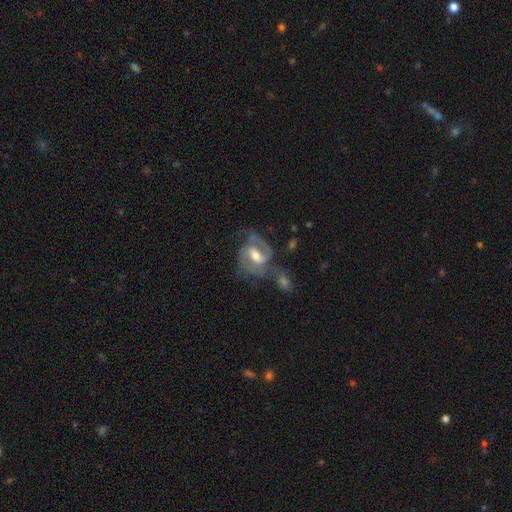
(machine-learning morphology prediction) Q: Smooth or featured?
A: featured or disk (85%); runner-up: smooth (10%)
Q: Edge-on disk?
A: no (97%); runner-up: yes (3%)
Q: Bar?
A: weak (51%); runner-up: strong (31%)
Q: Spiral arms?
A: yes (93%); runner-up: no (7%)
Q: Spiral winding?
A: medium (53%); runner-up: tight (28%)
Q: Spiral arm count?
A: 2 (80%); runner-up: 1 (7%)
Q: Bulge size?
A: moderate (68%); runner-up: small (20%)
Q: Merging?
A: none (46%); runner-up: minor disturbance (20%)